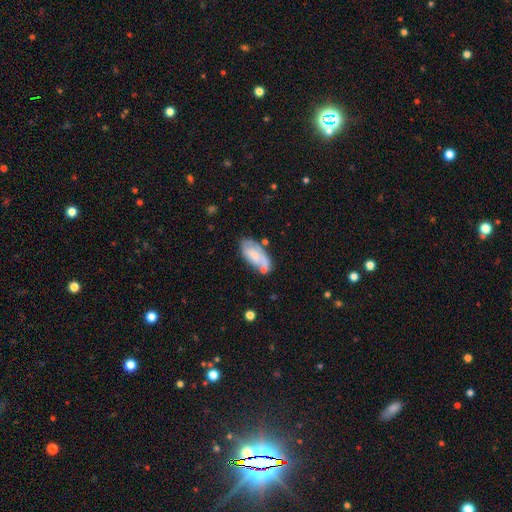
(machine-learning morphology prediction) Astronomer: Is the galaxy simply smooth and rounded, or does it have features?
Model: smooth — 48% (runner-up: featured or disk, 45%).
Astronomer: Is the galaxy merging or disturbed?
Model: none — 52%.